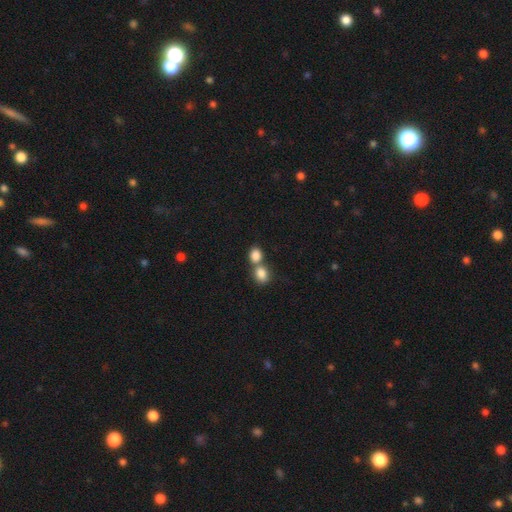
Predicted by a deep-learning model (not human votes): This appears to be a smooth galaxy with no disk features (84%) that is round (50%). Merging: merger (57%).